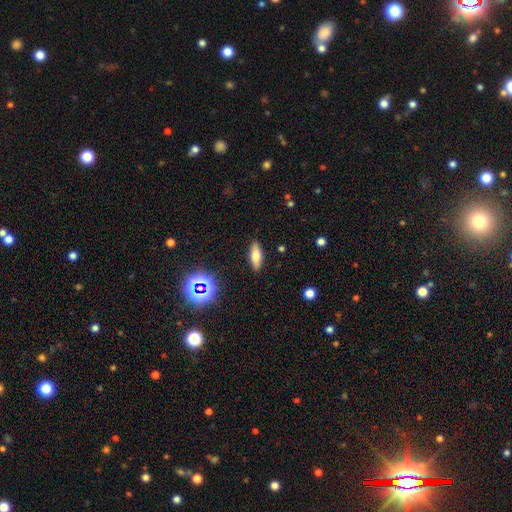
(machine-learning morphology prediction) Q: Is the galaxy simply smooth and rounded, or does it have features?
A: smooth — 67%.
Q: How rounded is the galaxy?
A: in between — 62%.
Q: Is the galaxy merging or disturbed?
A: none — 88%.